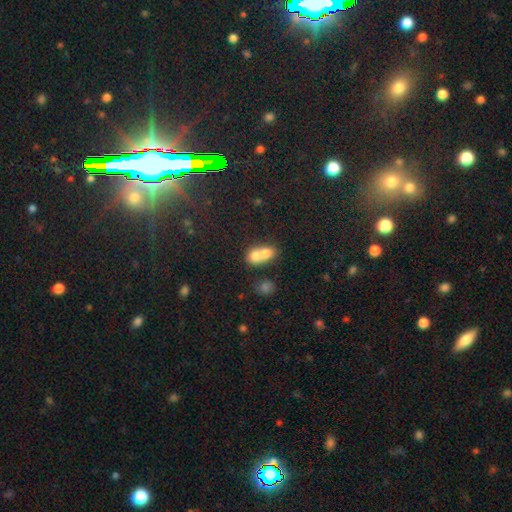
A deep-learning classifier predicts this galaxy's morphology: smooth_or_featured: smooth (p=0.72) [alt: featured or disk p=0.18]
how_rounded: in between (p=0.60) [alt: round p=0.37]
merging: merger (p=0.74) [alt: none p=0.17]